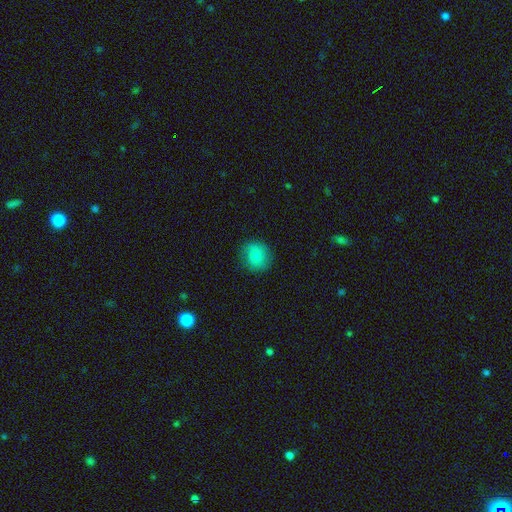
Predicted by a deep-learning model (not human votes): A smooth galaxy with no disk features (79%) that is round (87%). Merging: none (86%).